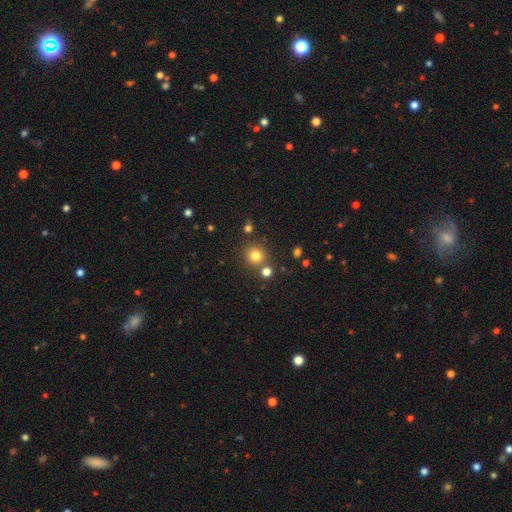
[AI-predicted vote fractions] This appears to be a smooth galaxy with no disk features (78%) that is round (91%). Merging: none (78%).